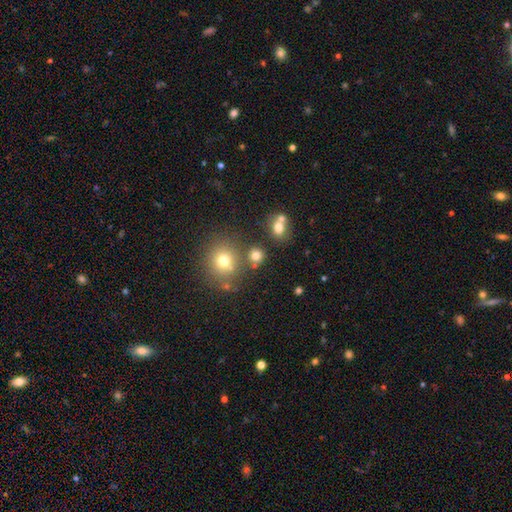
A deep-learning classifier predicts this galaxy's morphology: Smooth or featured? smooth (75%)
How rounded? round (84%)
Merging? none (72%)